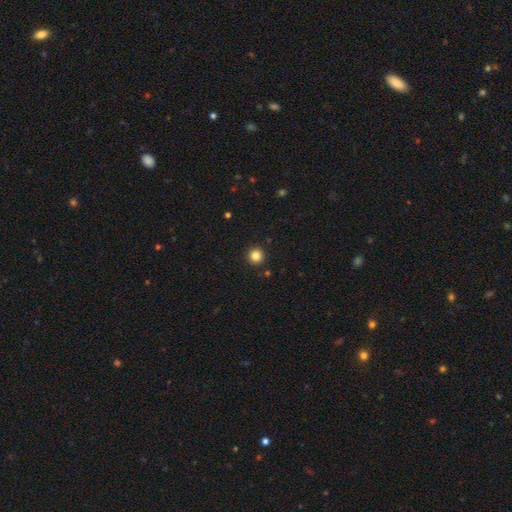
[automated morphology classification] Smooth or featured? smooth (84%)
How rounded? round (96%)
Merging? none (93%)